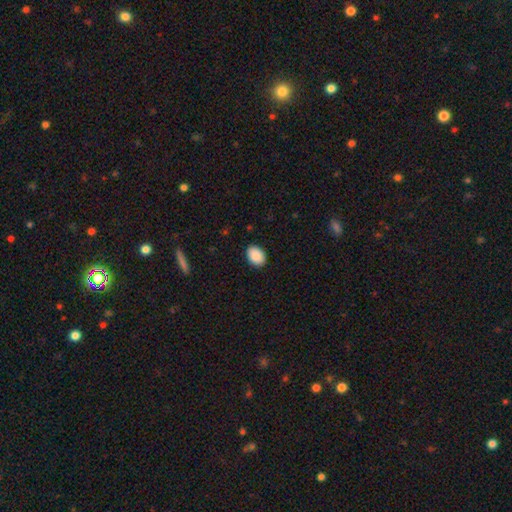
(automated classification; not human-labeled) A smooth galaxy with no disk features (90%) that is in between round and cigar-shaped (77%).

Vote fractions:
- Smooth or featured? smooth: 90% / star or artifact: 7% / featured or disk: 3%
- How rounded? in between: 77% / round: 22% / cigar-shaped: 1%
- Merging? none: 89% / minor disturbance: 8% / major disturbance: 2% / merger: 1%